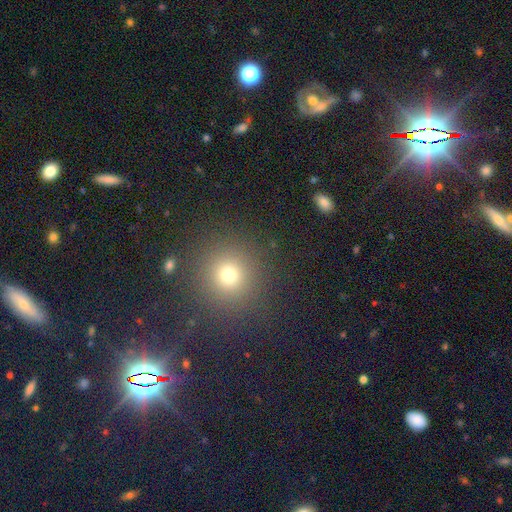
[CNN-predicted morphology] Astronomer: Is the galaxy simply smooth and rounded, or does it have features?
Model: smooth — 50% (runner-up: star or artifact, 42%).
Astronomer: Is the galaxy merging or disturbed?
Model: none — 90%.